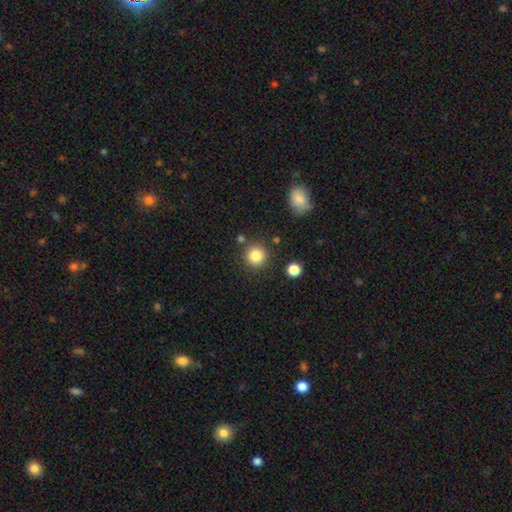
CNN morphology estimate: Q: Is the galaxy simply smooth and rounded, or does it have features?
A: smooth — 84%.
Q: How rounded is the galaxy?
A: round — 93%.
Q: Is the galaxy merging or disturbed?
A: none — 85%.